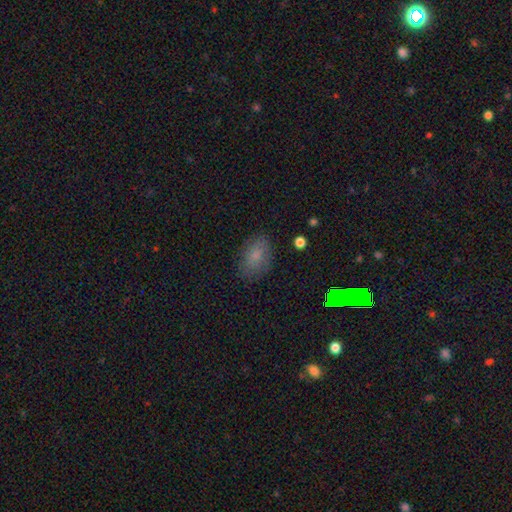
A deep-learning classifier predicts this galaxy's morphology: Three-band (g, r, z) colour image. It shows a smooth galaxy with no disk features (77%) that is in between round and cigar-shaped (85%). Merging: none (79%).